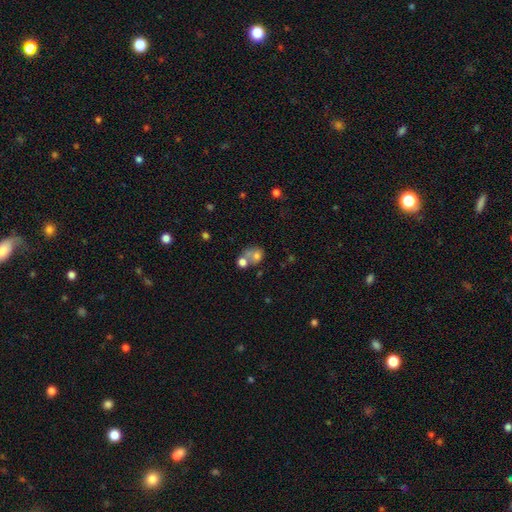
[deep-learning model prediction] Smooth or featured? Predicted: smooth (p=0.66). How rounded? Predicted: round (p=0.56). Merging? Predicted: merger (p=0.58).